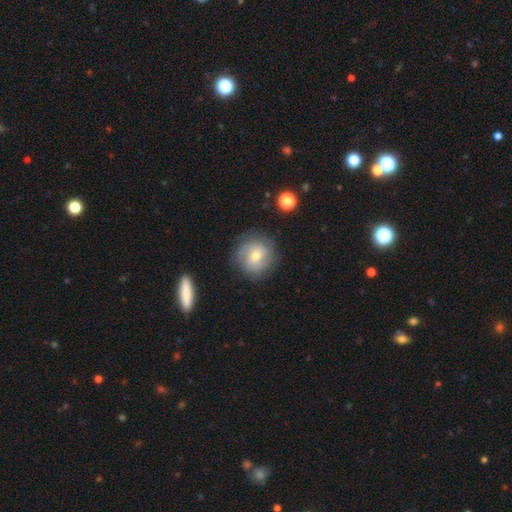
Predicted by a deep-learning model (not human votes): This appears to be a featured or disk galaxy (48%). Merging: none (81%).